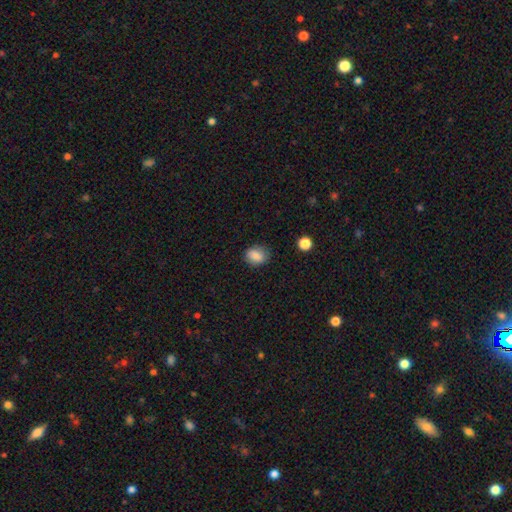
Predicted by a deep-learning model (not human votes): Smooth or featured: smooth — 84% (star or artifact — 10%)
How rounded: round — 58% (in between — 41%)
Merging: none — 82% (minor disturbance — 14%)